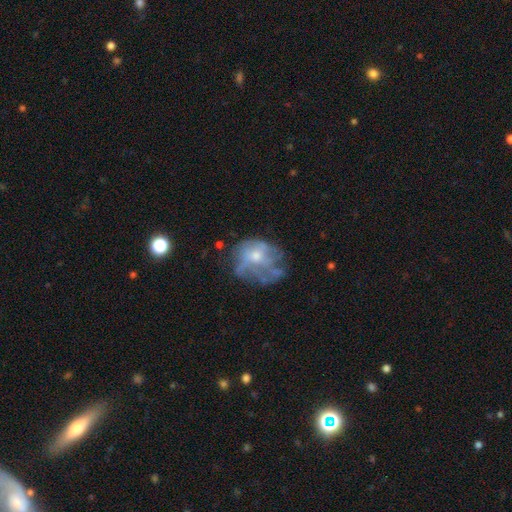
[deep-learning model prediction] Q: Smooth or featured?
A: featured or disk (62%); runner-up: smooth (26%)
Q: Edge-on disk?
A: no (97%); runner-up: yes (3%)
Q: Bar?
A: no (80%); runner-up: weak (18%)
Q: Spiral arms?
A: no (58%); runner-up: yes (42%)
Q: Bulge size?
A: small (46%); runner-up: moderate (45%)
Q: Merging?
A: none (46%); runner-up: major disturbance (28%)